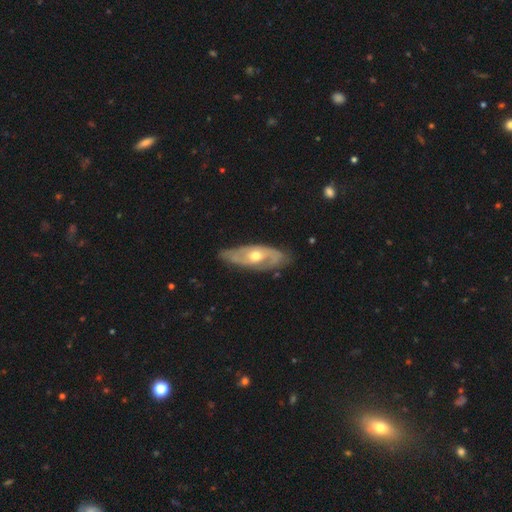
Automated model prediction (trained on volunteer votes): Morphology: type=featured or disk (78%); edge-on=no (82%); bar=no (71%); spiral arms=yes (80%); winding=tight (47%); arm count=2 (59%); bulge=moderate (71%); merging=none (77%).